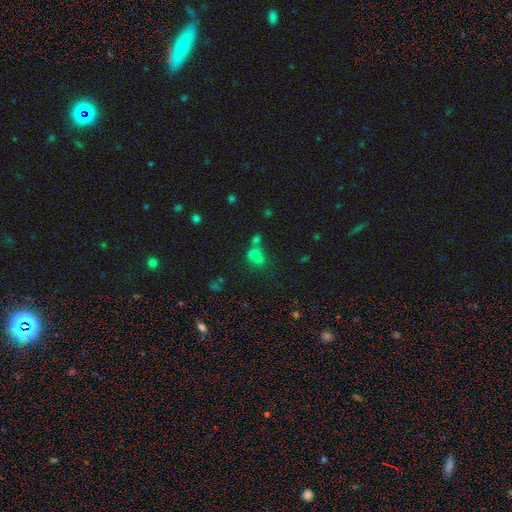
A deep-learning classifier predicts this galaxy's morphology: A smooth galaxy with no disk features (58%) that is round (63%). Merging: merger (58%).